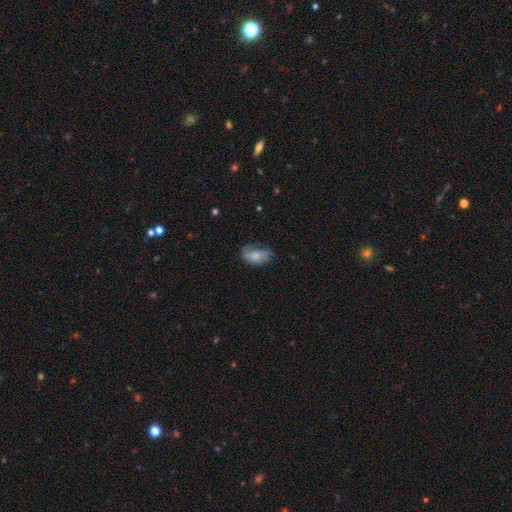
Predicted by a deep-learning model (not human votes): A smooth galaxy with no disk features (62%) that is in between round and cigar-shaped (89%). Merging: none (45%).